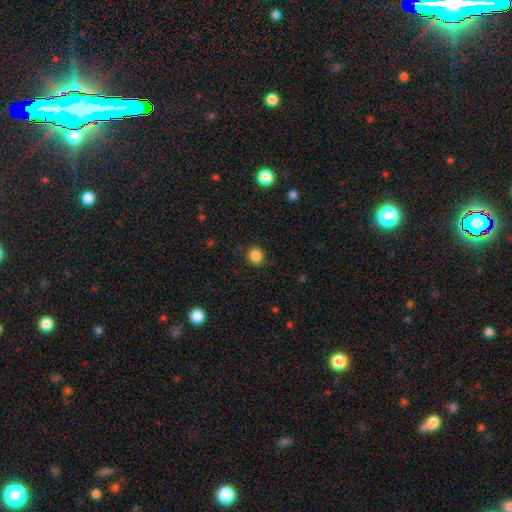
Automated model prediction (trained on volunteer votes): A smooth galaxy with no disk features (85%) that is round (90%).

Vote fractions:
- Smooth or featured? smooth: 85% / star or artifact: 11% / featured or disk: 3%
- How rounded? round: 90% / in between: 9% / cigar-shaped: 1%
- Merging? none: 89% / minor disturbance: 8% / major disturbance: 3% / merger: 1%